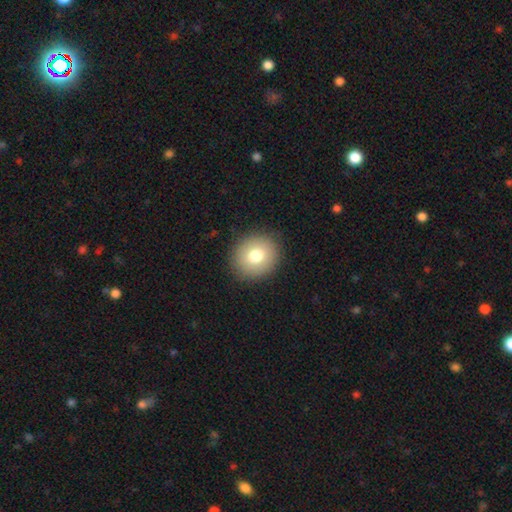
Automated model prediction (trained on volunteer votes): smooth_or_featured: smooth (p=0.77) [alt: featured or disk p=0.13]
how_rounded: round (p=0.82) [alt: in between p=0.17]
merging: none (p=0.90) [alt: minor disturbance p=0.07]